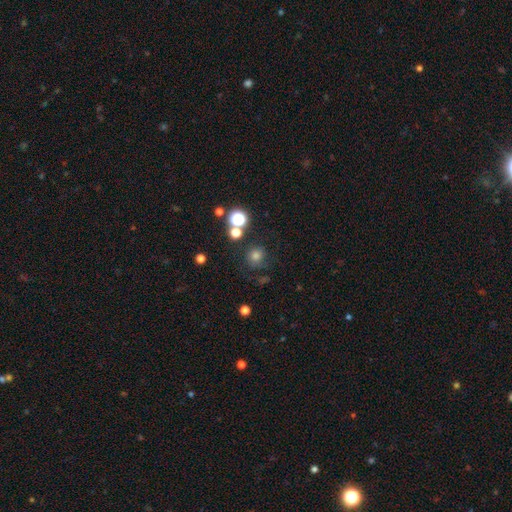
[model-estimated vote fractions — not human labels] Smooth or featured? Predicted: smooth (p=0.67). How rounded? Predicted: round (p=0.90). Merging? Predicted: none (p=0.73).